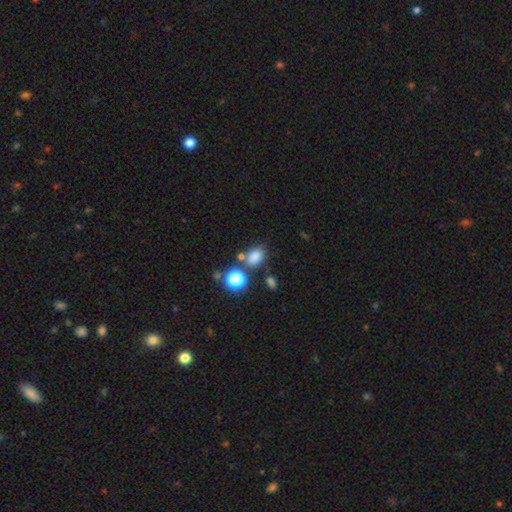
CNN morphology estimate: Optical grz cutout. It shows a smooth galaxy with no disk features (78%) that is in between round and cigar-shaped (70%). Merging: none (66%).